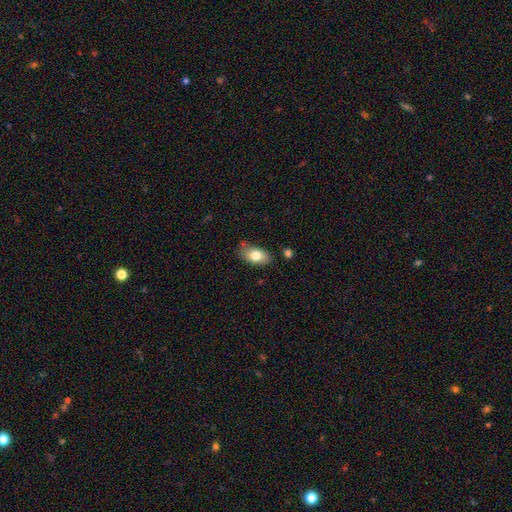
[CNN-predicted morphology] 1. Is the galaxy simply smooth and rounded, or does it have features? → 78% smooth, 15% featured or disk, 7% star or artifact.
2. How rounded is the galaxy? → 91% in between, 6% round, 2% cigar-shaped.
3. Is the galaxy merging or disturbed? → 73% none, 20% minor disturbance, 4% major disturbance, 4% merger.